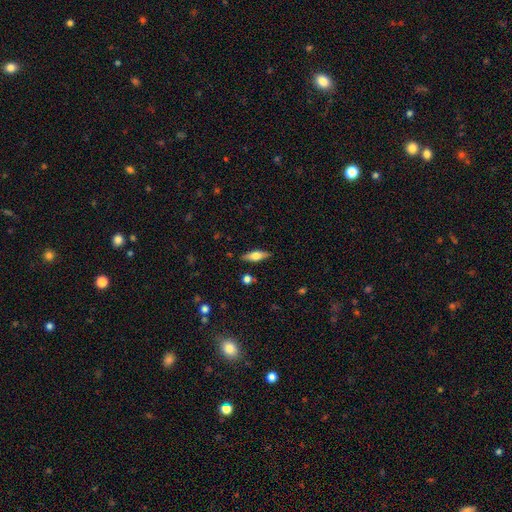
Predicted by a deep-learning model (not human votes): Overall: smooth (51%; featured or disk 42%). How rounded: in between (52%; cigar-shaped 45%). Merging: none (86%).